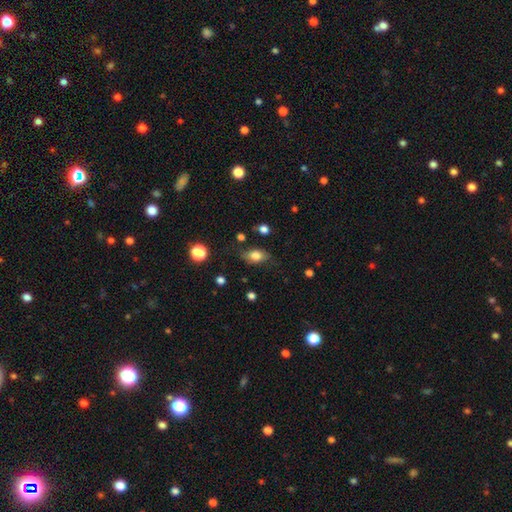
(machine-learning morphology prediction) This is likely a smooth galaxy (78%). How rounded: clearly in between (82%). Merging: likely none (73%).